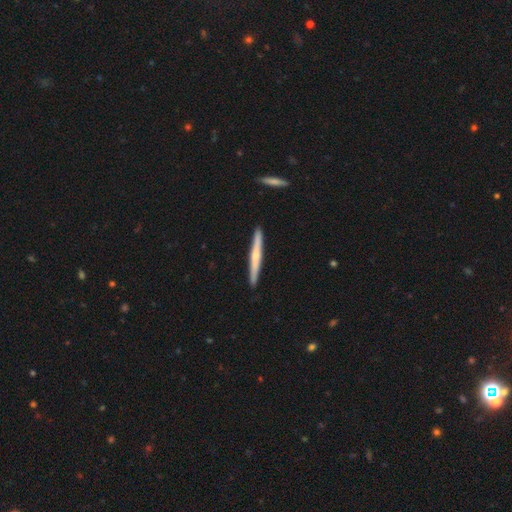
Smooth or featured?
  - featured or disk: 54% *
  - smooth: 41%
  - star or artifact: 5%
Edge-on disk?
  - yes: 95% *
  - no: 5%
Edge-on bulge?
  - none: 45% * (tied)
  - rounded: 45% * (tied)
  - boxy: 10%
Merging?
  - none: 89% *
  - minor disturbance: 5%
  - major disturbance: 5%
  - merger: 0%